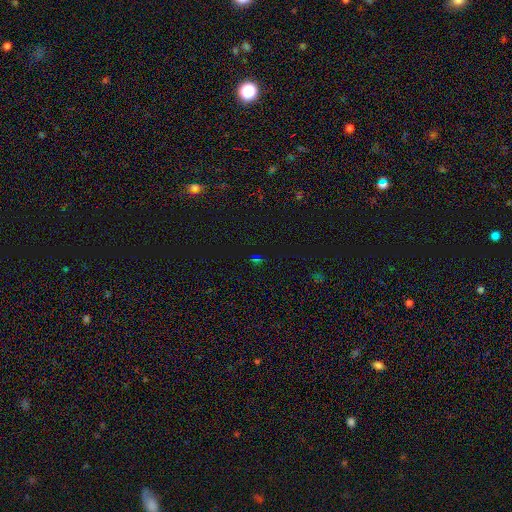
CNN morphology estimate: Smooth or featured? Predicted: star or artifact (p=0.62).